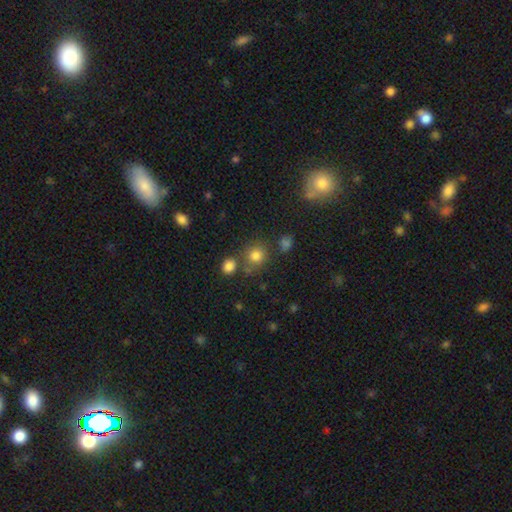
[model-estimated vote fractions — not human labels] A smooth galaxy with no disk features (79%) that is round (85%).

Vote fractions:
- Smooth or featured? smooth: 79% / star or artifact: 14% / featured or disk: 6%
- How rounded? round: 85% / in between: 14% / cigar-shaped: 1%
- Merging? none: 70% / merger: 14% / minor disturbance: 11% / major disturbance: 5%